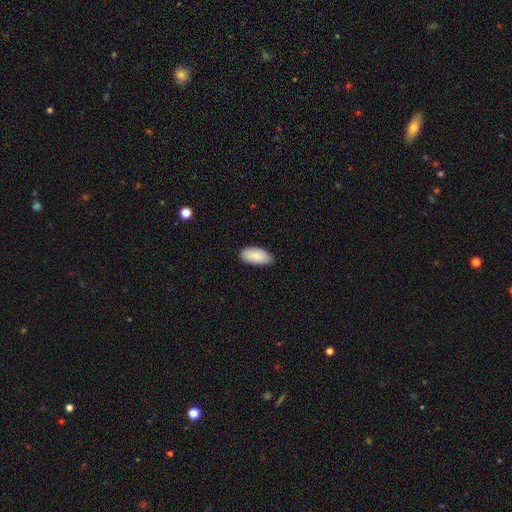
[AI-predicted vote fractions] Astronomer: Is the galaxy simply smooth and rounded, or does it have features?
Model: smooth — 85%.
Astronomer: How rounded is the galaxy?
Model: in between — 93%.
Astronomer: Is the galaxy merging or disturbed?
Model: none — 75%.